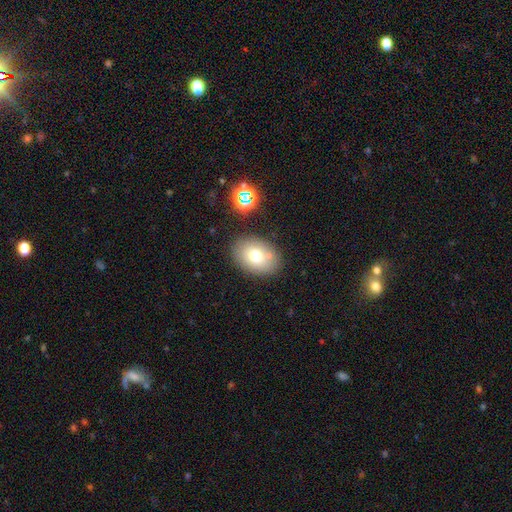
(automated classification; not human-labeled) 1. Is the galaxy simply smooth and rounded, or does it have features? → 73% smooth, 16% featured or disk, 11% star or artifact.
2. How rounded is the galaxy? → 74% in between, 25% round, 1% cigar-shaped.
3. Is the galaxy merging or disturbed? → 80% none, 11% minor disturbance, 6% merger, 3% major disturbance.